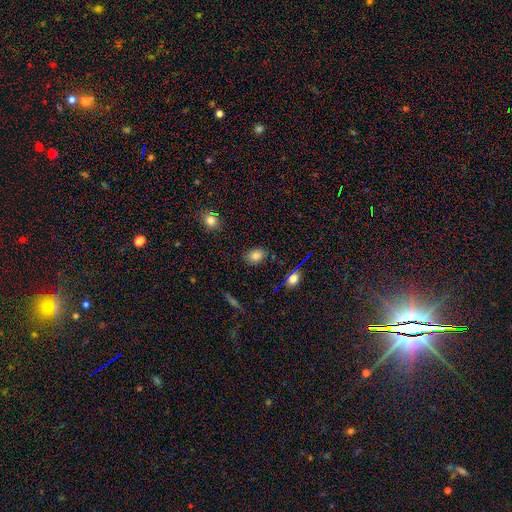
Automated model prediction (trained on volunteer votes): smooth-or-featured: smooth: 79% | star or artifact: 14% | featured or disk: 7%
  how-rounded: in between: 70% | round: 28% | cigar-shaped: 2%
  merging: none: 84% | minor disturbance: 11% | major disturbance: 3% | merger: 2%